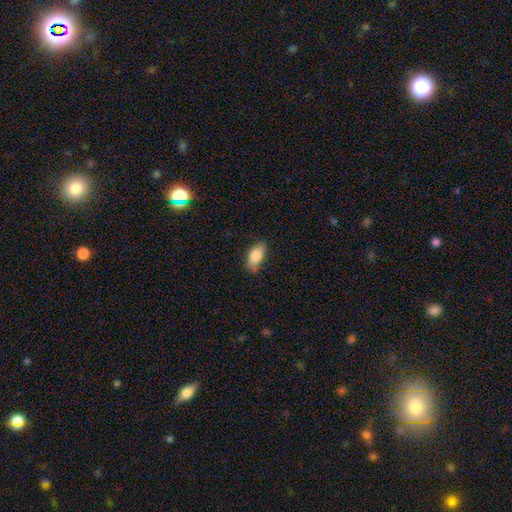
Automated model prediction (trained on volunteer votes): Smooth or featured? Predicted: smooth (p=0.84). How rounded? Predicted: in between (p=0.91). Merging? Predicted: none (p=0.73).